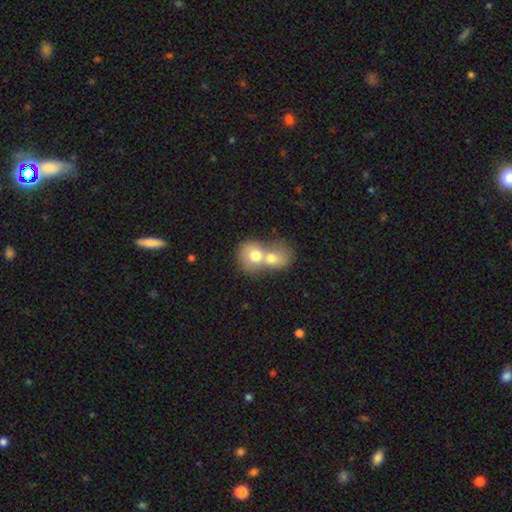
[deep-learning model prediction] smooth-or-featured: smooth: 68% | featured or disk: 24% | star or artifact: 8%
  how-rounded: round: 67% | in between: 32% | cigar-shaped: 1%
  merging: merger: 79% | none: 13% | minor disturbance: 4% | major disturbance: 3%